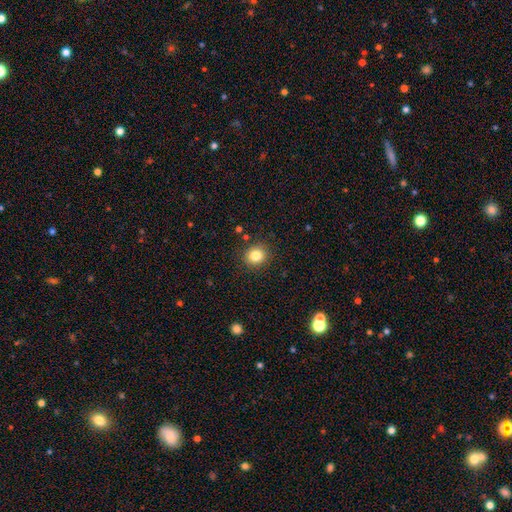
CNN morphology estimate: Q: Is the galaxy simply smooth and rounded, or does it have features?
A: smooth — 82%.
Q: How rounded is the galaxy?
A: round — 84%.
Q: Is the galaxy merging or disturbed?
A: none — 89%.